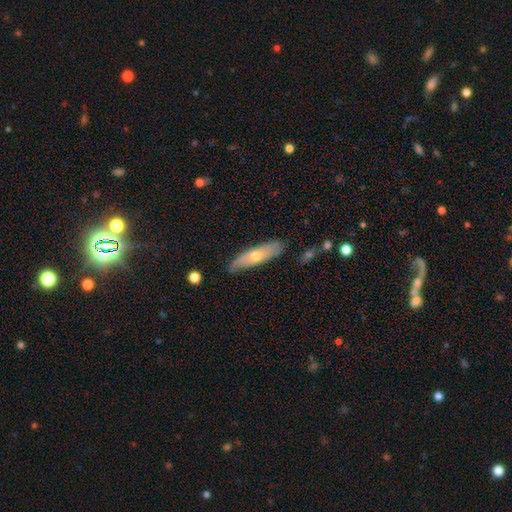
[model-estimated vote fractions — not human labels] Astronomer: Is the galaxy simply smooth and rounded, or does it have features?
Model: smooth — 47% (runner-up: featured or disk, 46%).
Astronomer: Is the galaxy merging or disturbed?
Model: none — 76%.